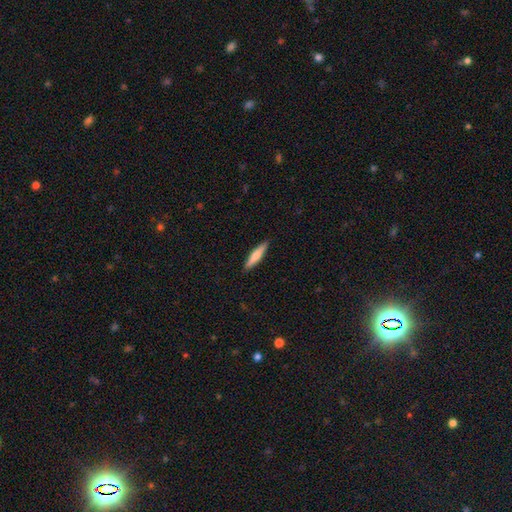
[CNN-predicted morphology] A smooth galaxy with no disk features (69%) that is cigar-shaped (87%).

Vote fractions:
- Smooth or featured? smooth: 69% / featured or disk: 26% / star or artifact: 5%
- How rounded? cigar-shaped: 87% / in between: 11% / round: 1%
- Merging? none: 91% / minor disturbance: 7% / major disturbance: 1% / merger: 1%